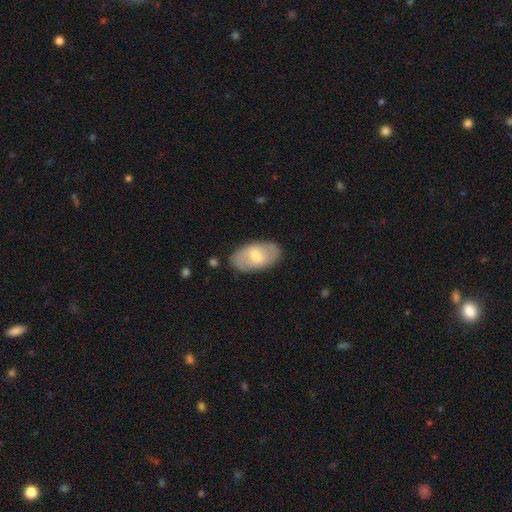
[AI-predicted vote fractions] Q: Smooth or featured?
A: smooth (60%); runner-up: featured or disk (35%)
Q: How rounded?
A: in between (94%); runner-up: round (4%)
Q: Merging?
A: none (84%); runner-up: minor disturbance (12%)